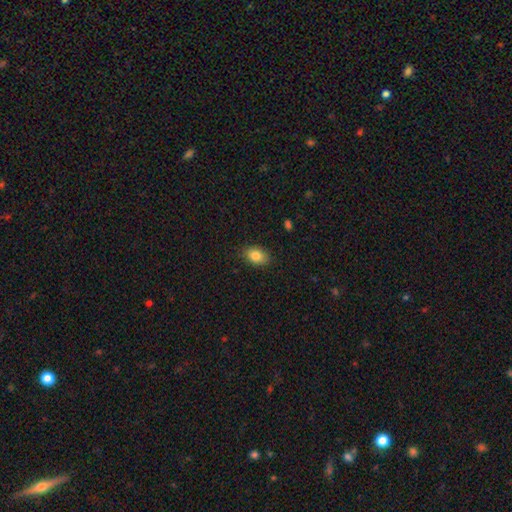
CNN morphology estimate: Smooth or featured? Predicted: smooth (p=0.85). How rounded? Predicted: in between (p=0.84). Merging? Predicted: none (p=0.86).